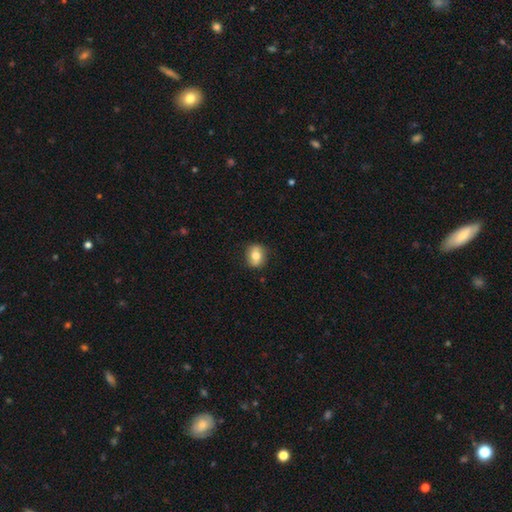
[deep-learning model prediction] A smooth galaxy with no disk features (68%) that is round (59%).

Vote fractions:
- Smooth or featured? smooth: 68% / featured or disk: 23% / star or artifact: 9%
- How rounded? round: 59% / in between: 40% / cigar-shaped: 2%
- Merging? none: 84% / minor disturbance: 13% / major disturbance: 3% / merger: 1%